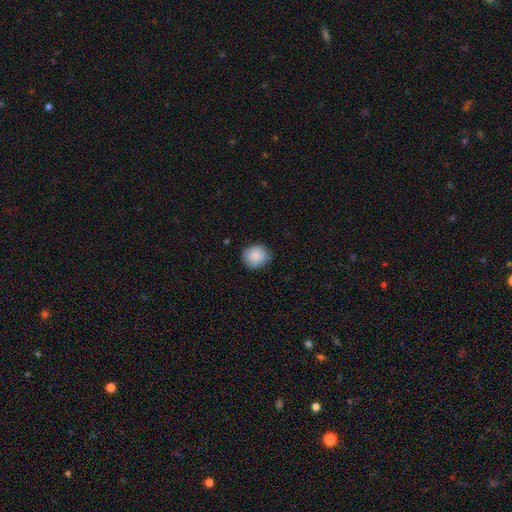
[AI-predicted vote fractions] This is clearly a smooth galaxy (89%). How rounded: clearly round (83%). Merging: clearly none (80%).